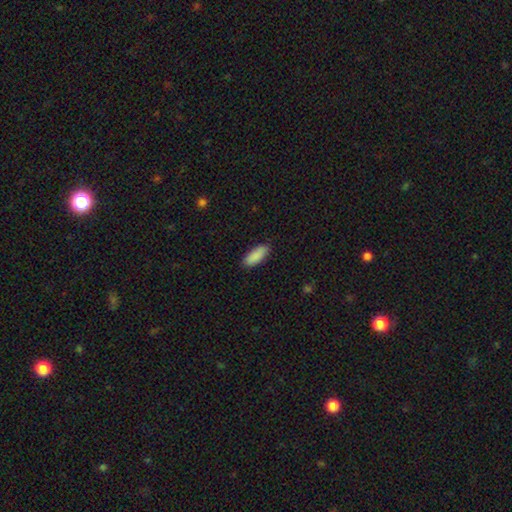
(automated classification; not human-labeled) Smooth or featured? Predicted: smooth (p=0.89). How rounded? Predicted: in between (p=0.77). Merging? Predicted: none (p=0.87).